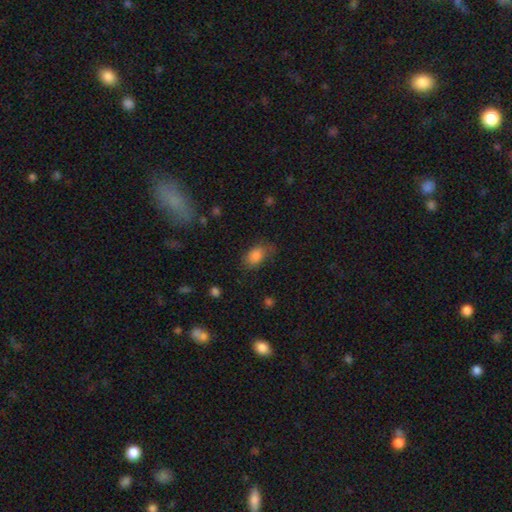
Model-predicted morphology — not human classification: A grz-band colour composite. It shows a smooth galaxy with no disk features (84%) that is in between round and cigar-shaped (87%). Merging: none (62%).